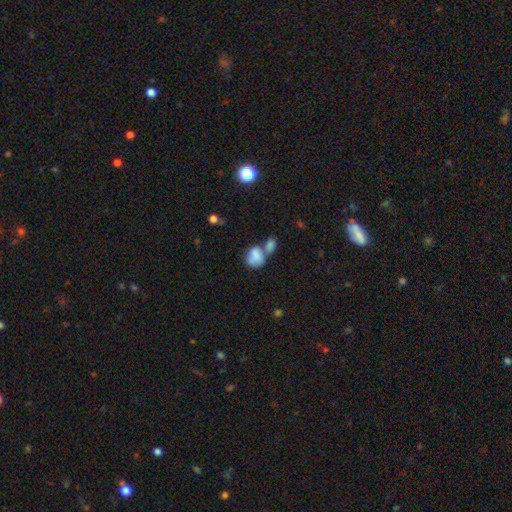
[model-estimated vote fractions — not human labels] This appears to be a smooth galaxy with no disk features (75%) that is round (51%). Merging: merger (57%).